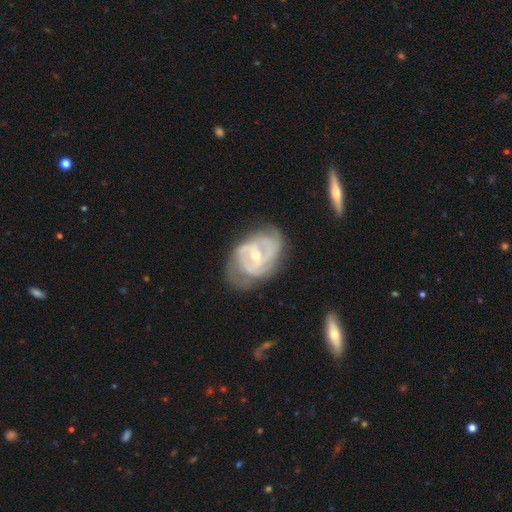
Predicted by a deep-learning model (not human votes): Morphology: type=featured or disk (85%); edge-on=no (96%); bar=weak (43%); spiral arms=yes (90%); winding=tight (54%); arm count=2 (42%); bulge=small (52%); merging=none (55%).